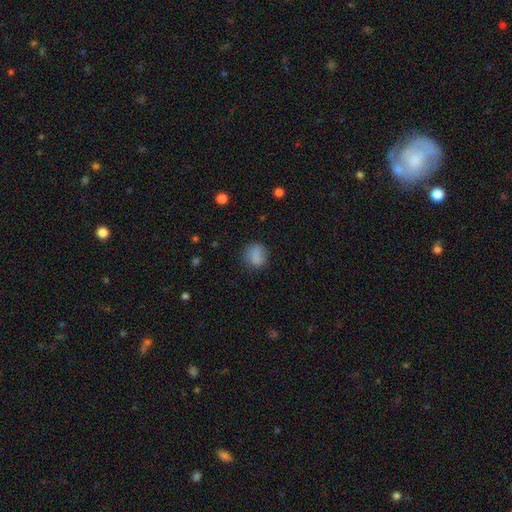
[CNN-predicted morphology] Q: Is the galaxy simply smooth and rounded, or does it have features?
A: smooth — 82%.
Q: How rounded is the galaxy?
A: round — 74%.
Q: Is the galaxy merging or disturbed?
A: none — 77%.